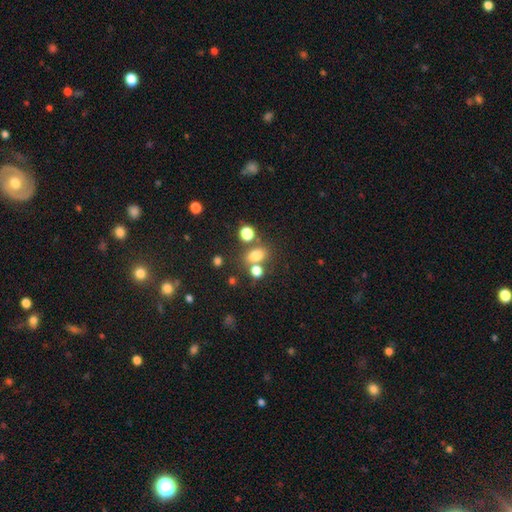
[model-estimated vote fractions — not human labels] Smooth or featured: smooth — 74% (star or artifact — 17%)
How rounded: in between — 62% (round — 37%)
Merging: none — 60% (merger — 23%)